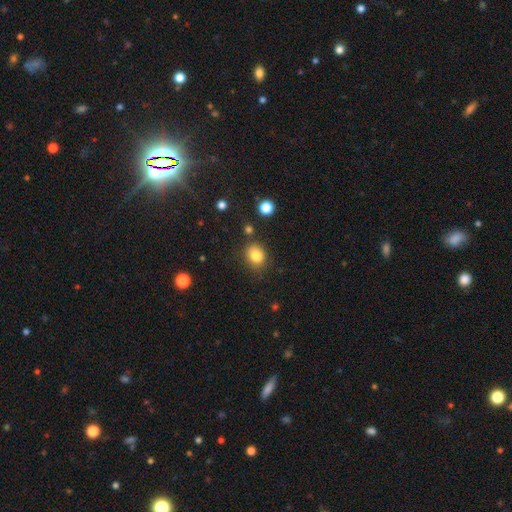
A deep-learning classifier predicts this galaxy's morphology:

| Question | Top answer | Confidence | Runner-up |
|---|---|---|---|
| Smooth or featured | smooth | 82% | star or artifact (11%) |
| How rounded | round | 59% | in between (40%) |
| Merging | none | 80% | minor disturbance (13%) |